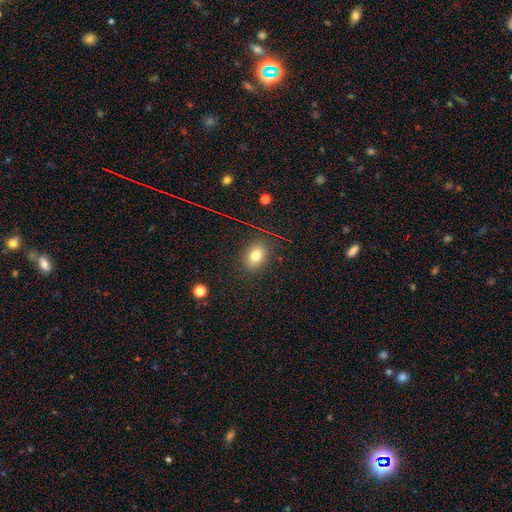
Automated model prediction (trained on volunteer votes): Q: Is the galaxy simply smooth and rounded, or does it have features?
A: smooth — 76%.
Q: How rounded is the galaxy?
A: in between — 62%.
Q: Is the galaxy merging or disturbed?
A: none — 85%.